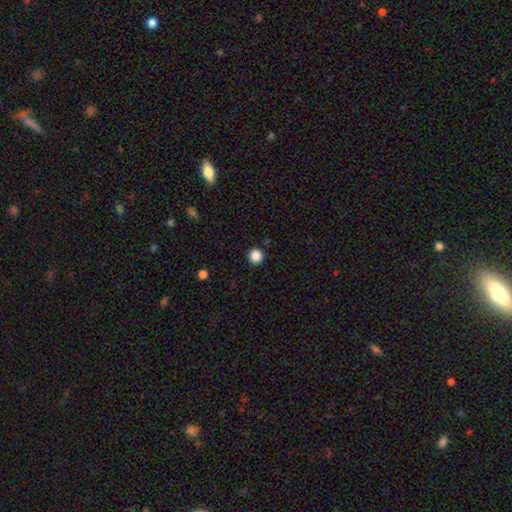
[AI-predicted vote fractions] The model was most divided on "smooth or featured": smooth: 87%, star or artifact: 11%, featured or disk: 3%. More confident: how rounded — round (96%); merging — none (92%).